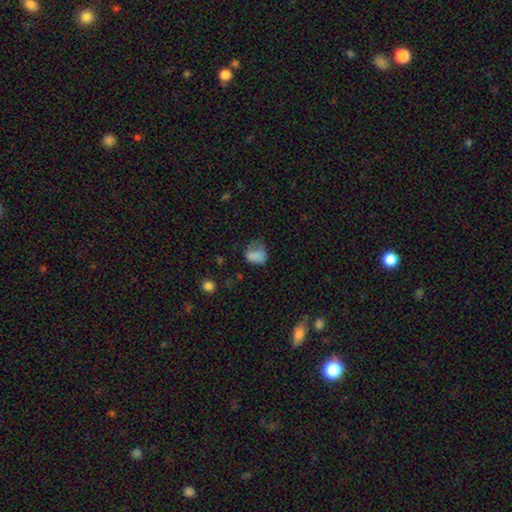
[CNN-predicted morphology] This appears to be a smooth galaxy with no disk features (75%) that is in between round and cigar-shaped (57%). Merging: none (35%).